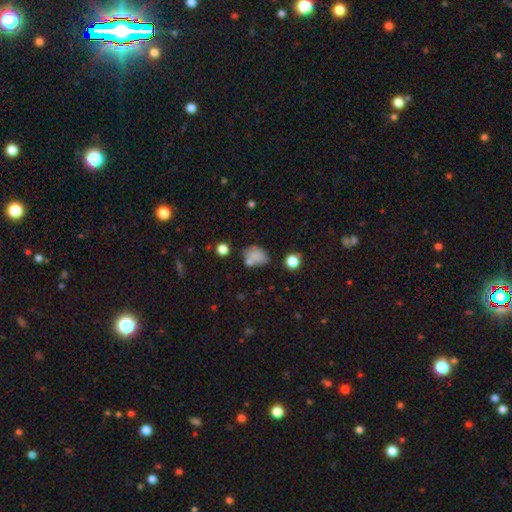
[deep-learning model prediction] A smooth galaxy with no disk features (77%) that is in between round and cigar-shaped (65%).

Vote fractions:
- Smooth or featured? smooth: 77% / star or artifact: 12% / featured or disk: 11%
- How rounded? in between: 65% / round: 34% / cigar-shaped: 1%
- Merging? none: 52% / minor disturbance: 22% / merger: 17% / major disturbance: 9%